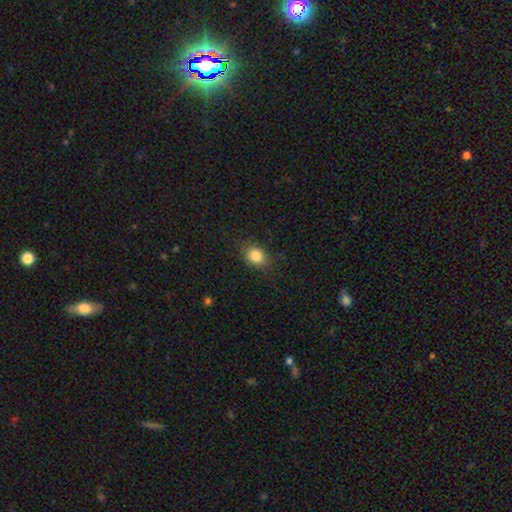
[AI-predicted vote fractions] This appears to be a smooth galaxy with no disk features (84%) that is in between round and cigar-shaped (53%). Merging: none (79%).